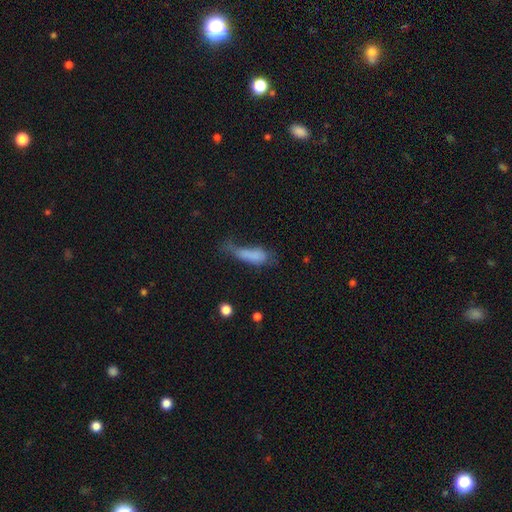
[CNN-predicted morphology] type=smooth (70%); roundness=in between (56%); merging=major disturbance (40%).